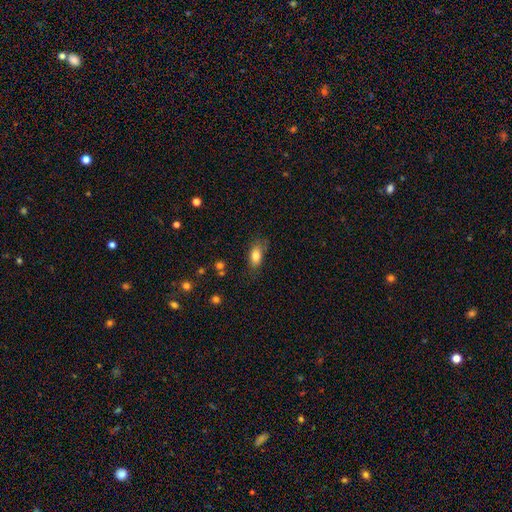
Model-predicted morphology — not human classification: Smooth or featured? smooth (81%)
How rounded? in between (87%)
Merging? none (68%)